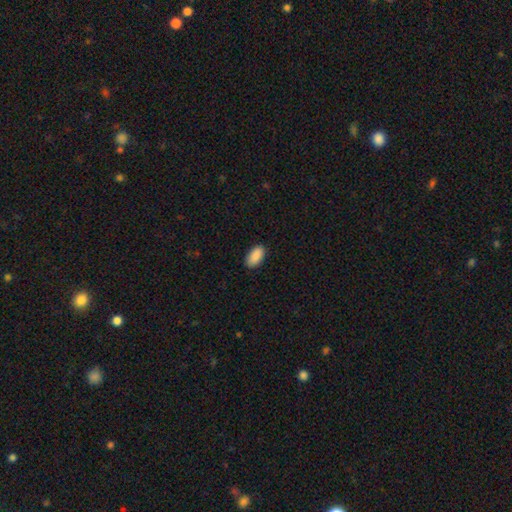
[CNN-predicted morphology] Smooth or featured? Predicted: smooth (p=0.90). How rounded? Predicted: in between (p=0.95). Merging? Predicted: none (p=0.88).